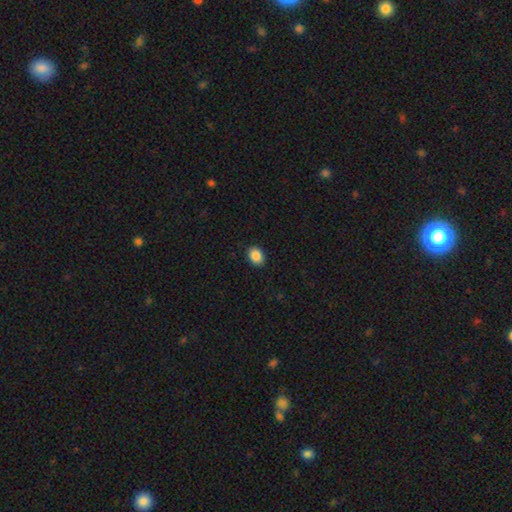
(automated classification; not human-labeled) Smooth or featured? Predicted: smooth (p=0.89). How rounded? Predicted: in between (p=0.67). Merging? Predicted: none (p=0.90).